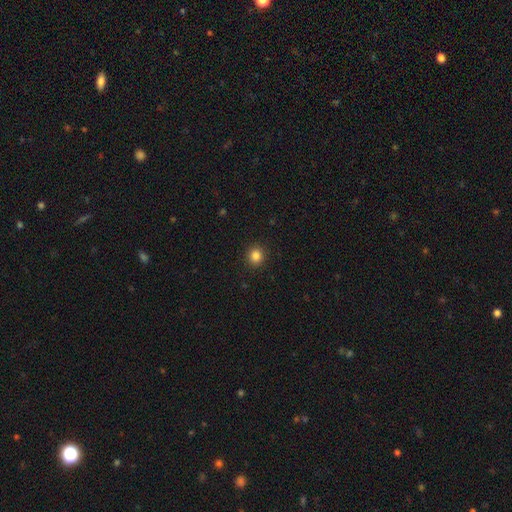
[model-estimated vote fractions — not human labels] Smooth or featured: smooth — 84% (star or artifact — 12%)
How rounded: round — 90% (in between — 9%)
Merging: none — 92% (minor disturbance — 5%)